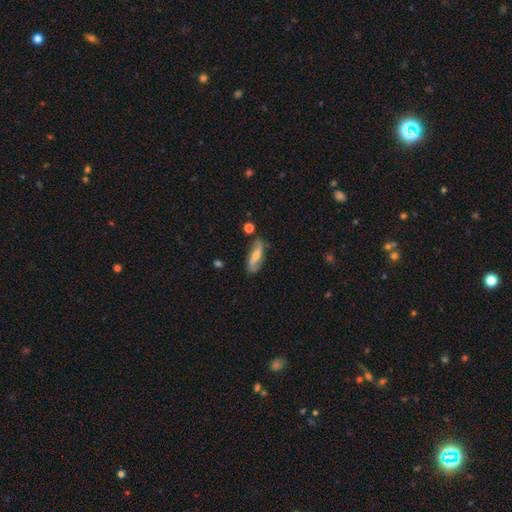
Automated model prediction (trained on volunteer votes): A featured or disk galaxy (63%). Merging: none (70%).